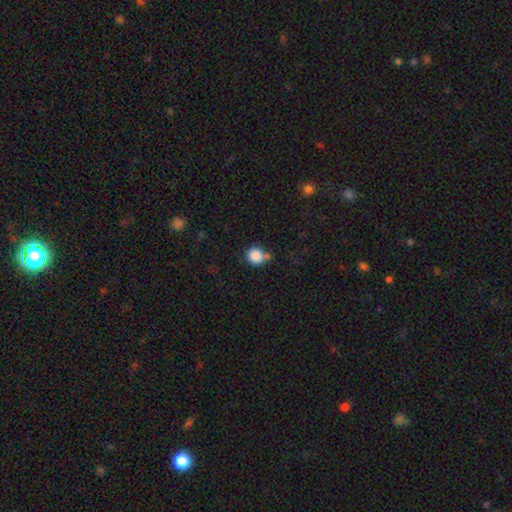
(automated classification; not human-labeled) Morphology: type=smooth (86%); roundness=round (88%); merging=none (66%).